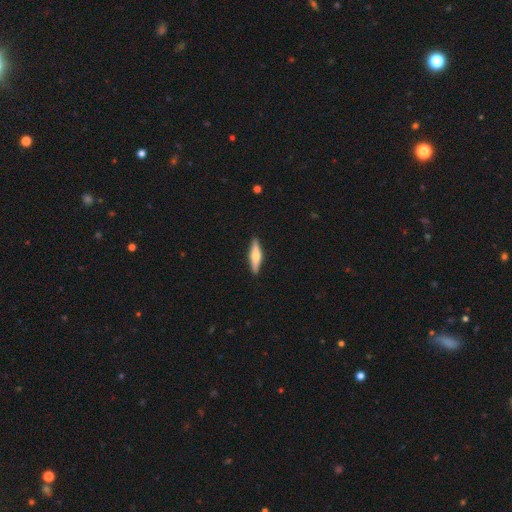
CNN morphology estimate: Overall: featured or disk (49%; smooth 46%). Merging: none (90%).